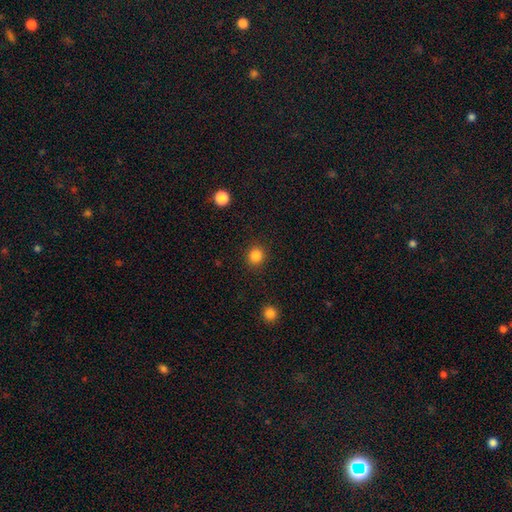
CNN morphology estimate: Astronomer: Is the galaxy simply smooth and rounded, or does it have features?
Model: smooth — 85%.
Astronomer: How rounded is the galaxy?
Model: round — 89%.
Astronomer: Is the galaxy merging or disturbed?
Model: none — 91%.